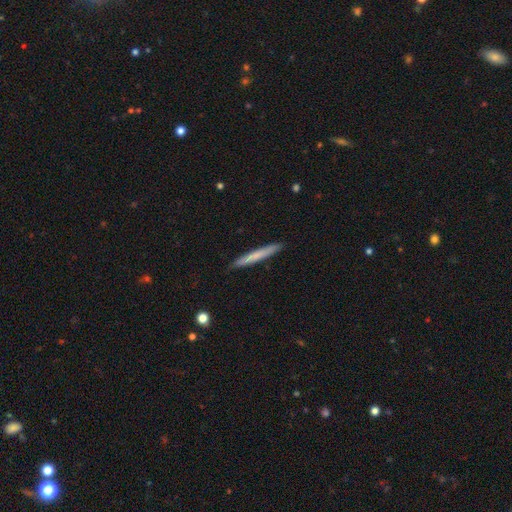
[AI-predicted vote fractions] This appears to be a smooth galaxy with no disk features (67%) that is cigar-shaped (96%). Merging: none (91%).